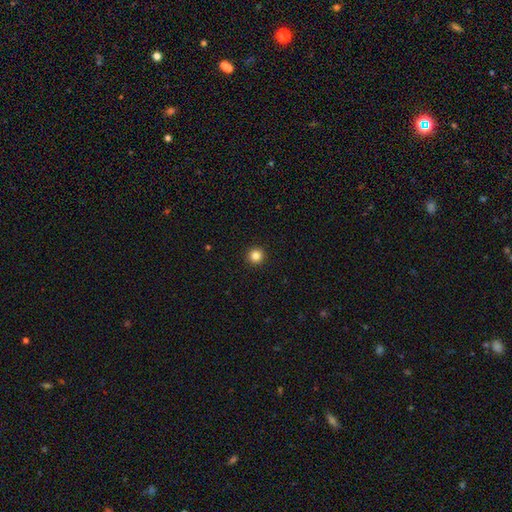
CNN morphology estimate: A smooth galaxy with no disk features (84%) that is round (96%).

Vote fractions:
- Smooth or featured? smooth: 84% / star or artifact: 12% / featured or disk: 4%
- How rounded? round: 96% / in between: 3% / cigar-shaped: 1%
- Merging? none: 94% / minor disturbance: 4% / major disturbance: 1% / merger: 1%